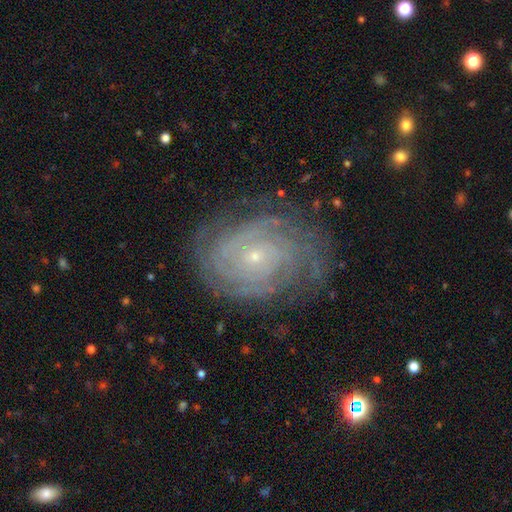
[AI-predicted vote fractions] Smooth or featured? Predicted: featured or disk (p=0.86). Edge-on disk? Predicted: no (p=0.97). Bar? Predicted: no (p=0.78). Spiral arms? Predicted: yes (p=0.97). Spiral winding? Predicted: tight (p=0.81). Spiral arm count? Predicted: can't tell (p=0.30). Bulge size? Predicted: small (p=0.86). Merging? Predicted: none (p=0.75).